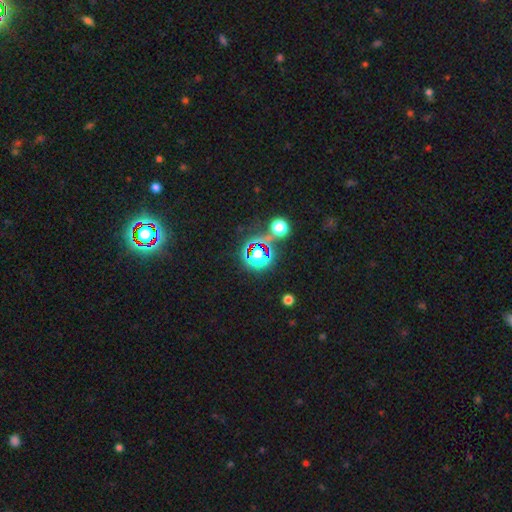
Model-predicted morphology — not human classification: A star or artifact, not a galaxy (63%).

Vote fractions:
- Smooth or featured? star or artifact: 63% / smooth: 28% / featured or disk: 9%